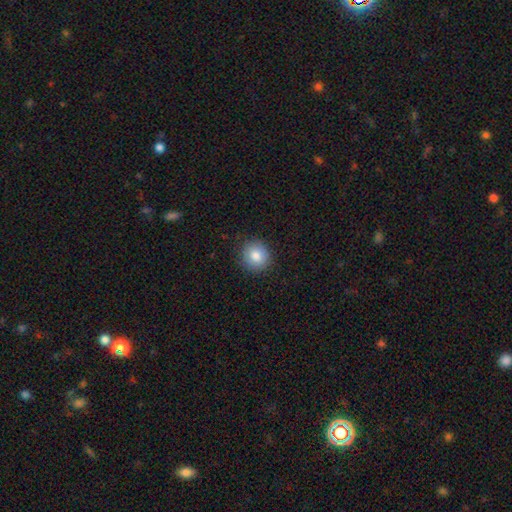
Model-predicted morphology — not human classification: A smooth galaxy with no disk features (82%) that is round (90%).

Vote fractions:
- Smooth or featured? smooth: 82% / star or artifact: 9% / featured or disk: 8%
- How rounded? round: 90% / in between: 9% / cigar-shaped: 1%
- Merging? none: 89% / minor disturbance: 8% / major disturbance: 2% / merger: 1%